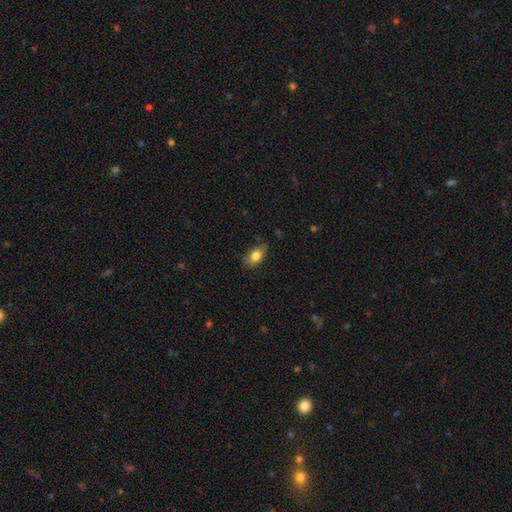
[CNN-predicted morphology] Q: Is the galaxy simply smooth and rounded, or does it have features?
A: smooth — 80%.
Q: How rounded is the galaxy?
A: in between — 83%.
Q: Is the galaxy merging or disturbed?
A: none — 71%.